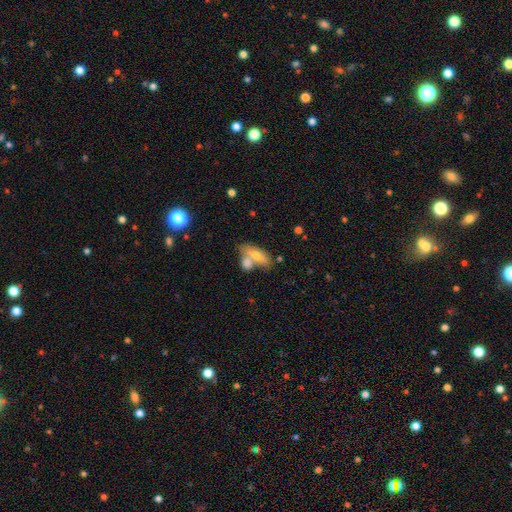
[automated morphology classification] type=smooth (62%); roundness=in between (65%); merging=none (44%).